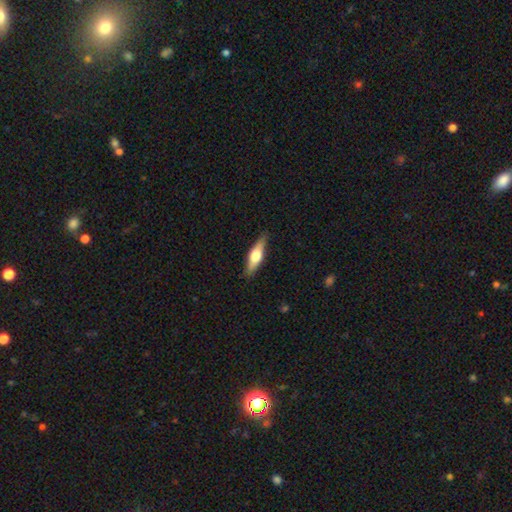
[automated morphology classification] smooth 47% (tied), featured or disk 47% (tied), star or artifact 5%. Down the decision tree: merging — none (86%).